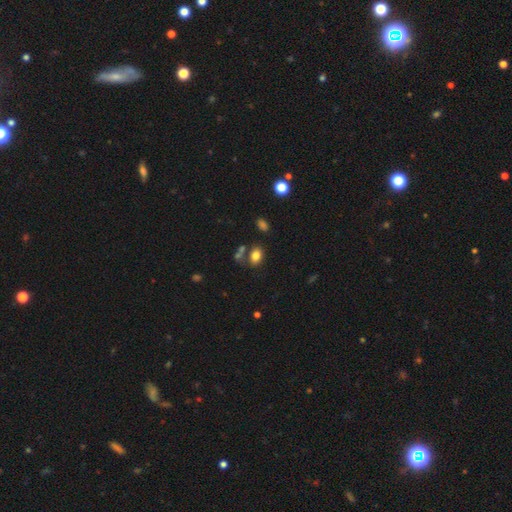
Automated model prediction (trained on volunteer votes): smooth_or_featured: smooth (p=0.81) [alt: star or artifact p=0.12]
how_rounded: in between (p=0.79) [alt: round p=0.19]
merging: none (p=0.68) [alt: merger p=0.14]